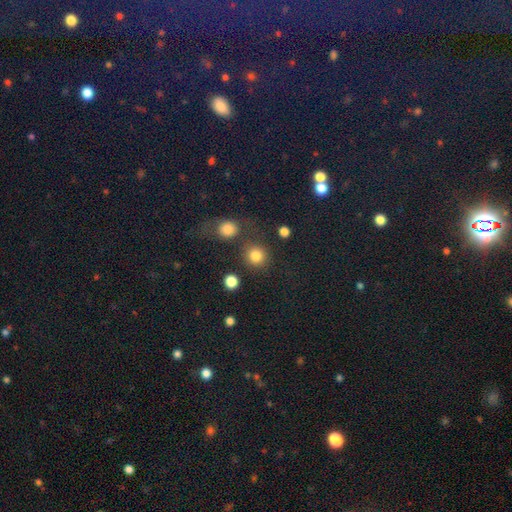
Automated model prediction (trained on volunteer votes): This is clearly a smooth galaxy (83%). How rounded: clearly round (90%). Merging: likely none (77%).